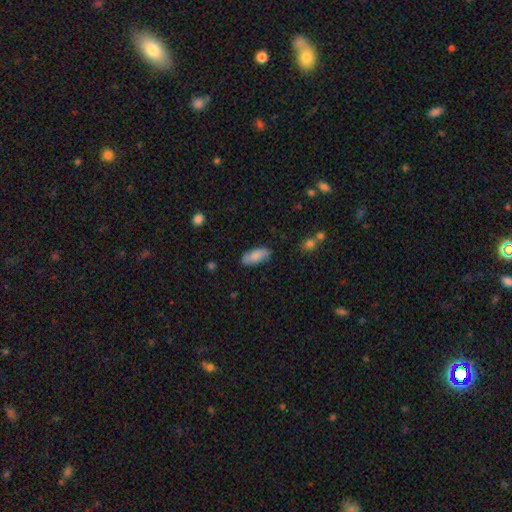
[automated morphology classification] smooth_or_featured: smooth (p=0.79) [alt: featured or disk p=0.15]
how_rounded: in between (p=0.84) [alt: cigar-shaped p=0.14]
merging: none (p=0.79) [alt: minor disturbance p=0.16]